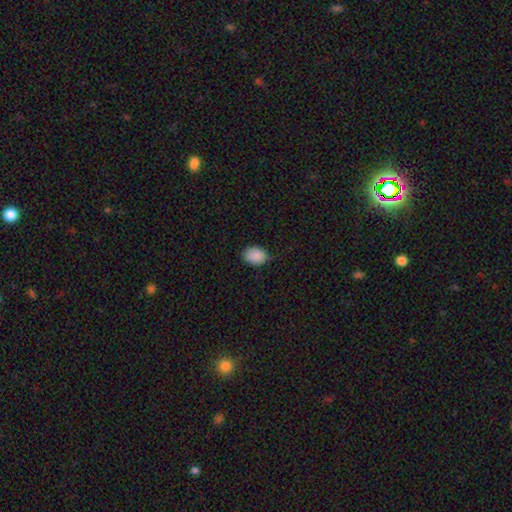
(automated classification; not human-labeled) Q: Smooth or featured?
A: smooth (88%); runner-up: star or artifact (8%)
Q: How rounded?
A: in between (65%); runner-up: round (34%)
Q: Merging?
A: none (72%); runner-up: minor disturbance (23%)